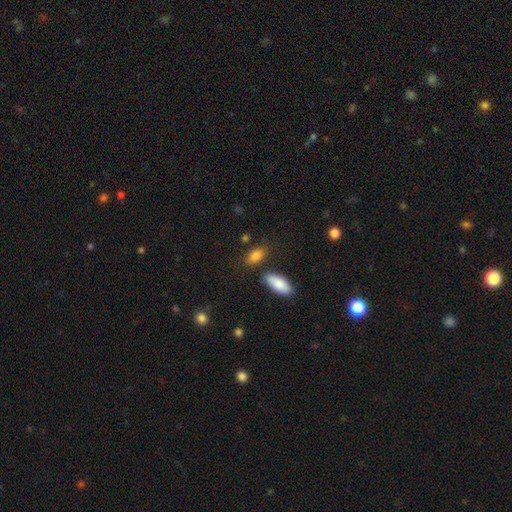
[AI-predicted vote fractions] Morphology: type=smooth (84%); roundness=in between (87%); merging=none (71%).